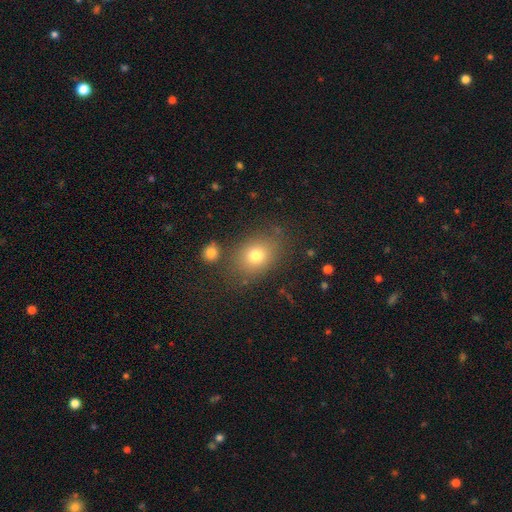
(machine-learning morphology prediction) Smooth or featured: smooth — 76% (star or artifact — 13%)
How rounded: in between — 62% (round — 37%)
Merging: none — 76% (minor disturbance — 13%)